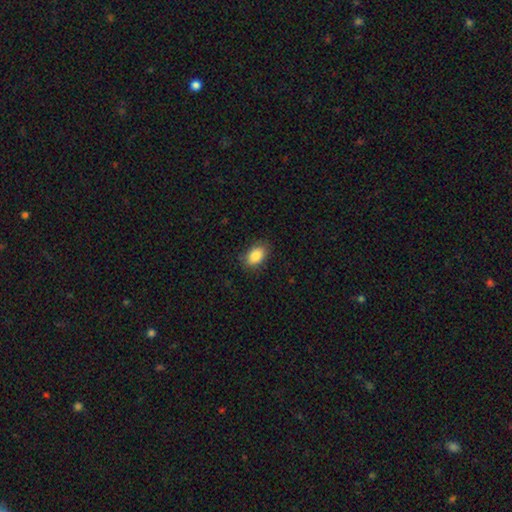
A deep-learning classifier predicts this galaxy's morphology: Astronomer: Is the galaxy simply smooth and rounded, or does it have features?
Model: smooth — 85%.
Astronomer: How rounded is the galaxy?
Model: in between — 86%.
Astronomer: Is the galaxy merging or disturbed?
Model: none — 84%.